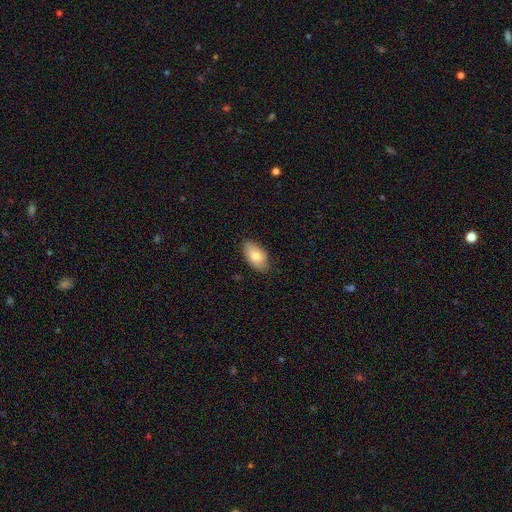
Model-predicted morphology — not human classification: Q: Smooth or featured?
A: smooth (78%); runner-up: featured or disk (15%)
Q: How rounded?
A: in between (94%); runner-up: round (4%)
Q: Merging?
A: none (84%); runner-up: minor disturbance (13%)